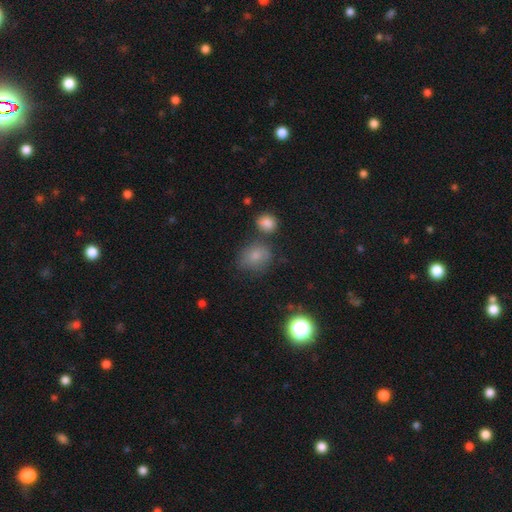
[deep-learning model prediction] Overall: smooth (78%). How rounded: round (52%; in between 47%). Merging: none (60%; minor disturbance 22%).